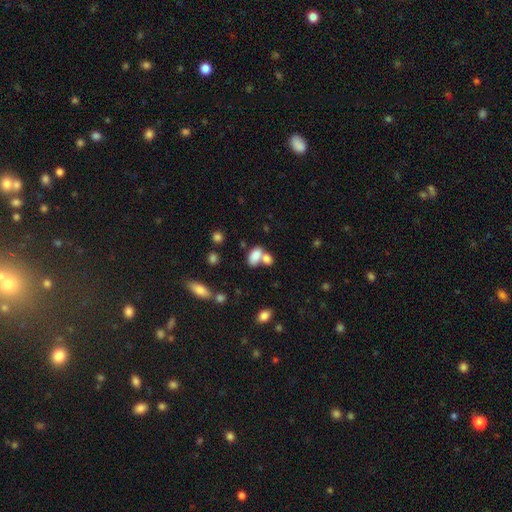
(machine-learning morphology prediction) Smooth or featured: smooth — 81% (featured or disk — 10%)
How rounded: in between — 90% (round — 8%)
Merging: merger — 51% (none — 34%)